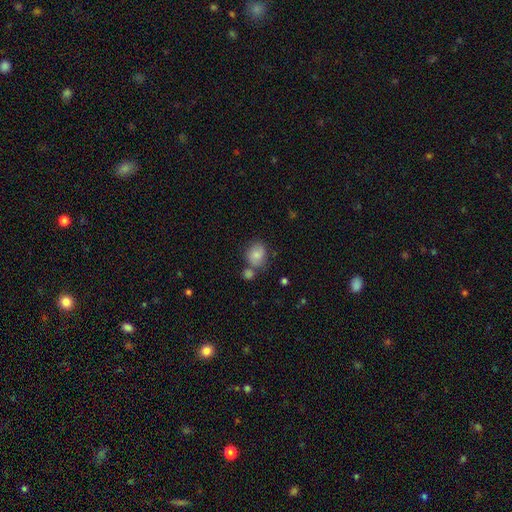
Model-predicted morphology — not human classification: A smooth galaxy with no disk features (77%) that is round (53%).

Vote fractions:
- Smooth or featured? smooth: 77% / featured or disk: 13% / star or artifact: 10%
- How rounded? round: 53% / in between: 46% / cigar-shaped: 1%
- Merging? none: 56% / merger: 21% / minor disturbance: 18% / major disturbance: 6%